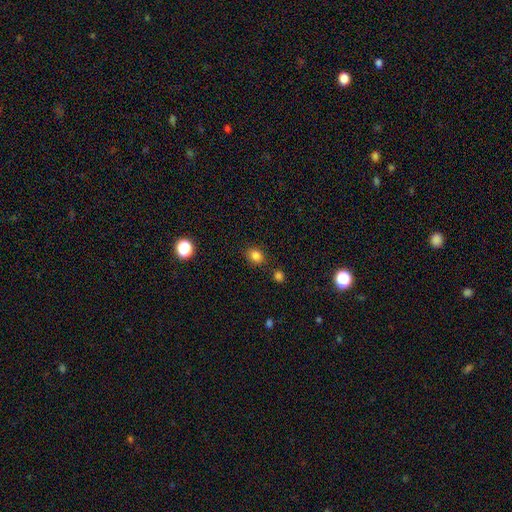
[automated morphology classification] Overall: smooth (82%). How rounded: round (54%; in between 45%). Merging: none (81%).